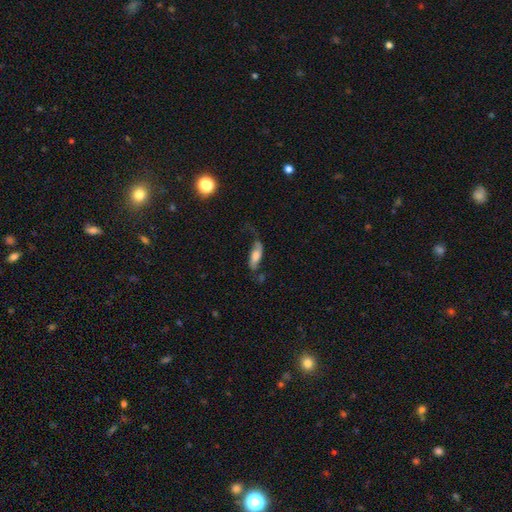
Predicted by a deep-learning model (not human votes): smooth-or-featured: smooth: 48% | featured or disk: 44% | star or artifact: 8%
  merging: none: 41% | major disturbance: 27% | minor disturbance: 26% | merger: 6%